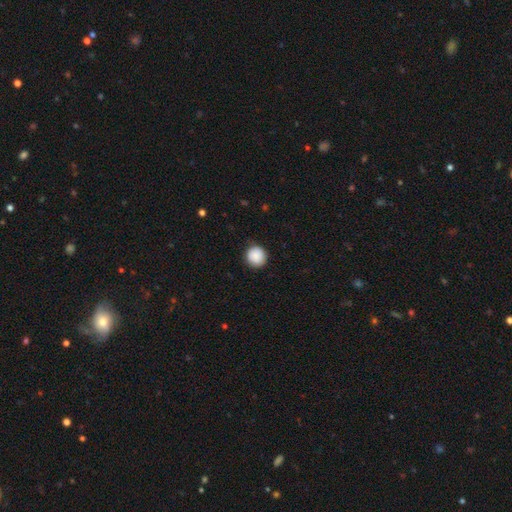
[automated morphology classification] type=smooth (89%); roundness=round (94%); merging=none (89%).